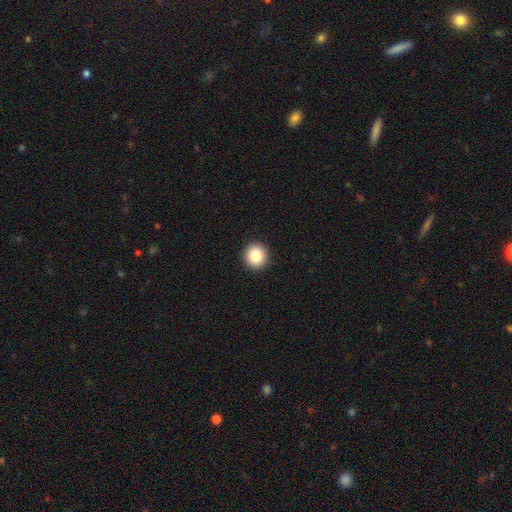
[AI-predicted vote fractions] A smooth galaxy with no disk features (86%) that is round (90%).

Vote fractions:
- Smooth or featured? smooth: 86% / star or artifact: 9% / featured or disk: 5%
- How rounded? round: 90% / in between: 9% / cigar-shaped: 1%
- Merging? none: 93% / minor disturbance: 5% / major disturbance: 2% / merger: 1%